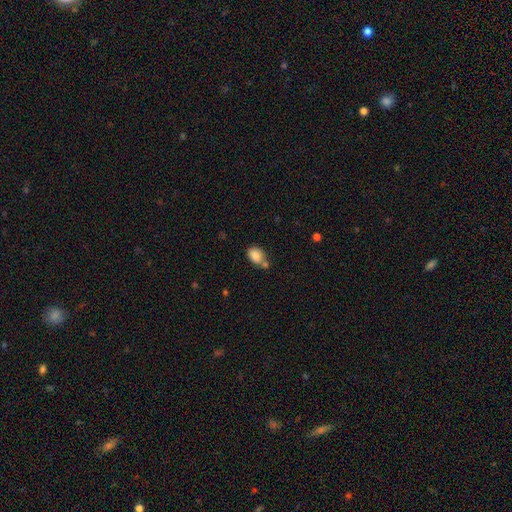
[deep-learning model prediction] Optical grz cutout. It shows a smooth galaxy with no disk features (85%) that is in between round and cigar-shaped (75%). Merging: none (47%).